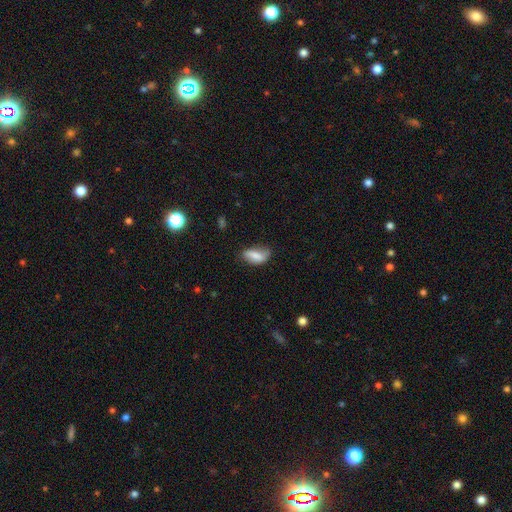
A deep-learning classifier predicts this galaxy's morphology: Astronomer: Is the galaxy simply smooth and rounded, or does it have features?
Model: smooth — 74%.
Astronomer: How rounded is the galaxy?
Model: in between — 89%.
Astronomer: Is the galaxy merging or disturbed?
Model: none — 51% (runner-up: minor disturbance, 35%).